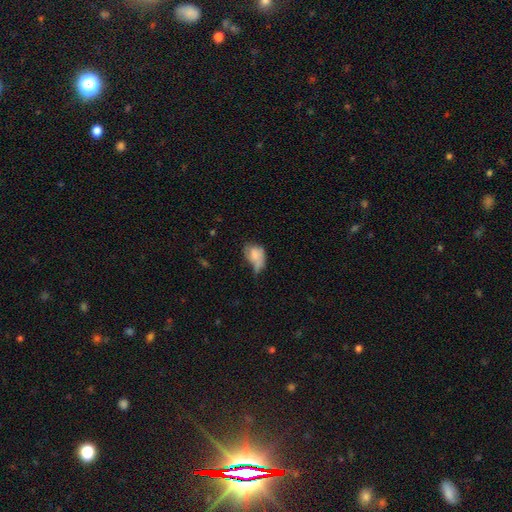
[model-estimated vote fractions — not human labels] Morphology: type=smooth (65%); roundness=in between (77%); merging=major disturbance (35%).